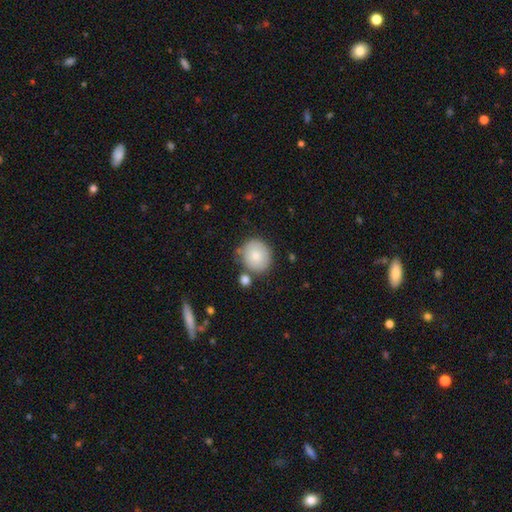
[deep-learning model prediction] Smooth or featured?
  - smooth: 82% *
  - featured or disk: 12%
  - star or artifact: 7%
How rounded?
  - round: 83% *
  - in between: 16%
  - cigar-shaped: 1%
Merging?
  - none: 71% *
  - minor disturbance: 15%
  - merger: 9%
  - major disturbance: 4%